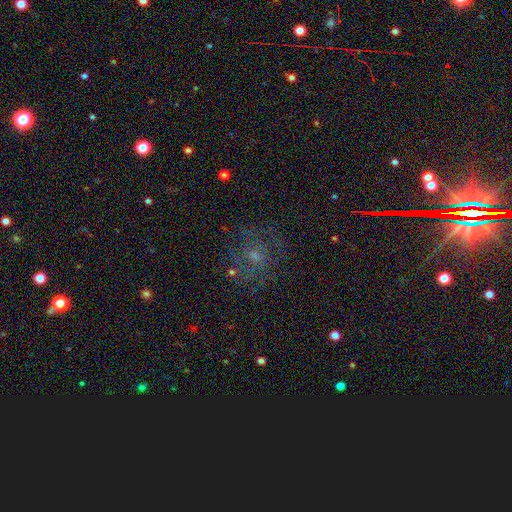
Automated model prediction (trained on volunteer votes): This is marginally a featured or disk galaxy (43%). Merging: likely none (68%).